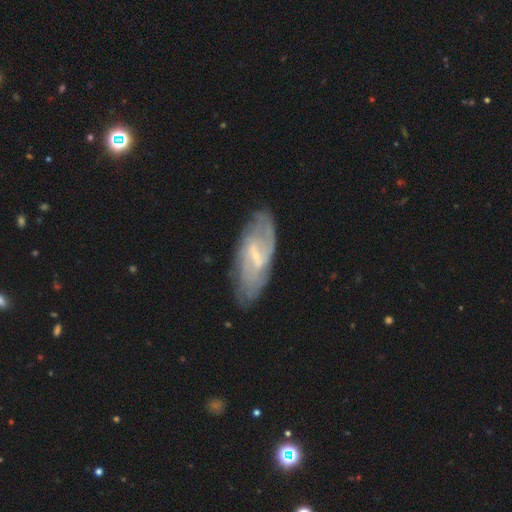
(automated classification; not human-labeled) Morphology: type=featured or disk (71%); edge-on=no (88%); bar=weak (54%); spiral arms=yes (75%); bulge=small (64%); merging=none (73%).